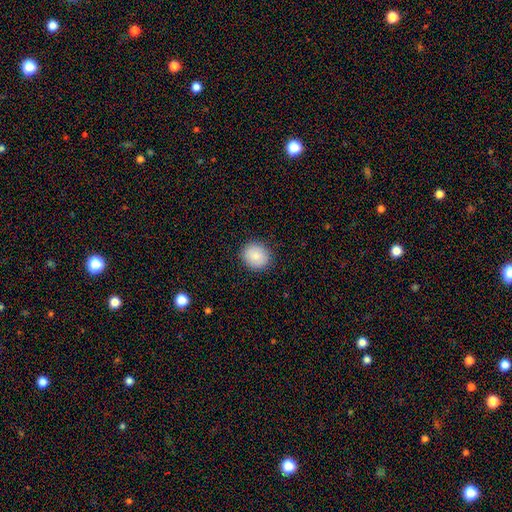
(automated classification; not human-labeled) smooth 85%, featured or disk 8%, star or artifact 8%. Down the decision tree: how rounded — round (82%); merging — none (89%).